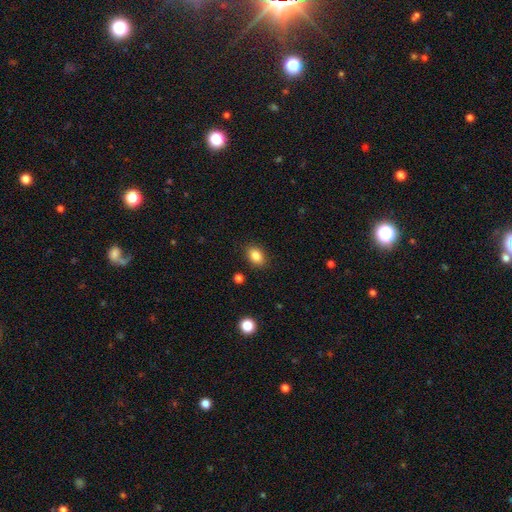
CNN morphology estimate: Q: Smooth or featured?
A: smooth (85%); runner-up: star or artifact (10%)
Q: How rounded?
A: in between (72%); runner-up: round (27%)
Q: Merging?
A: none (86%); runner-up: minor disturbance (9%)